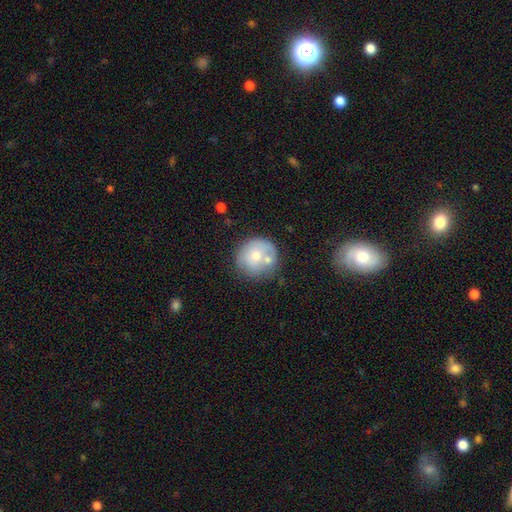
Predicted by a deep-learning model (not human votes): Morphology: type=smooth (63%); roundness=round (91%); merging=none (54%).